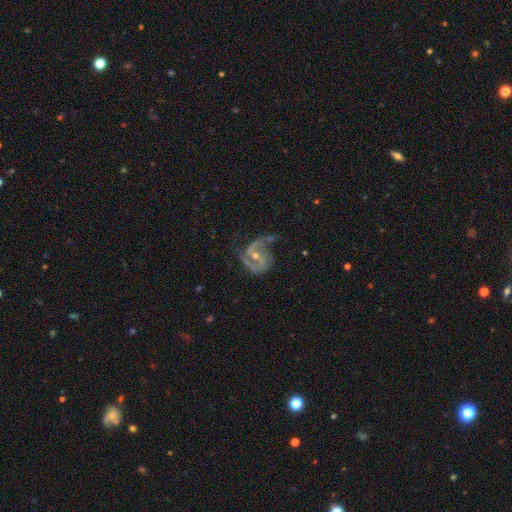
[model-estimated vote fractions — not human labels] featured or disk 89%, star or artifact 6%, smooth 5%. Down the decision tree: edge-on disk — no (98%); bar — no (39%); spiral arms — yes (97%); spiral arm count — 2 (82%); spiral winding — medium (54%); bulge size — small (56%); merging — none (57%).